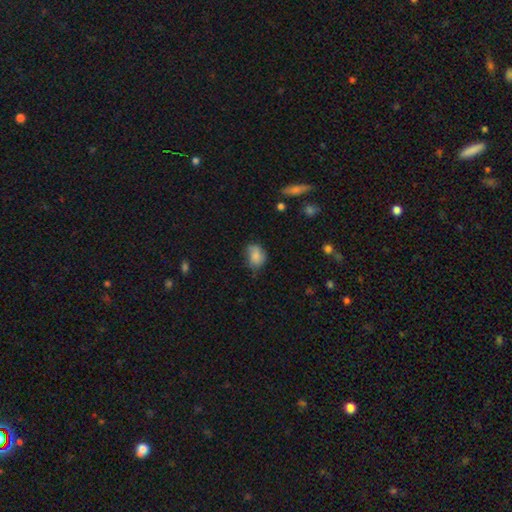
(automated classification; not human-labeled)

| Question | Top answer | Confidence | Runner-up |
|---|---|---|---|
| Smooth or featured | smooth | 76% | featured or disk (15%) |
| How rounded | in between | 58% | round (41%) |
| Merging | none | 53% | minor disturbance (33%) |